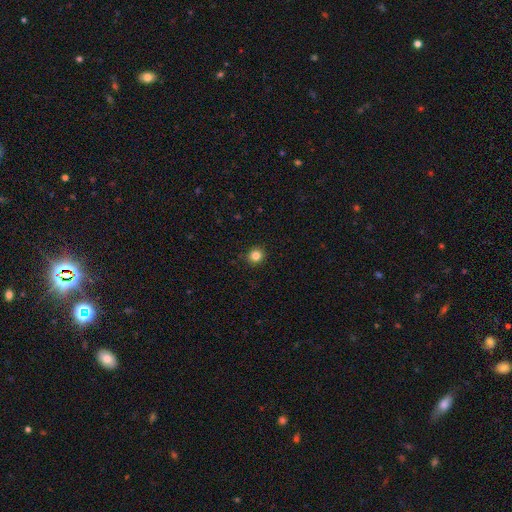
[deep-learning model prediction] Overall: smooth (83%). How rounded: round (91%). Merging: none (91%).